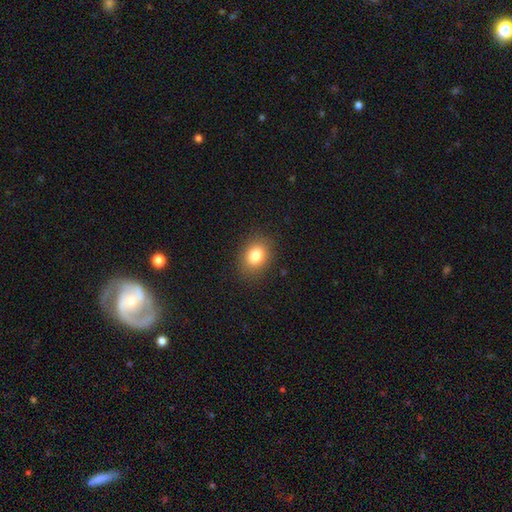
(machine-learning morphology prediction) A smooth galaxy with no disk features (82%) that is in between round and cigar-shaped (60%).

Vote fractions:
- Smooth or featured? smooth: 82% / star or artifact: 10% / featured or disk: 8%
- How rounded? in between: 60% / round: 39% / cigar-shaped: 1%
- Merging? none: 87% / minor disturbance: 9% / major disturbance: 3% / merger: 1%